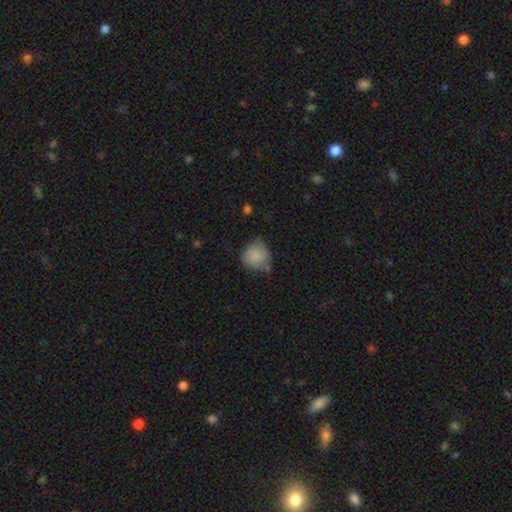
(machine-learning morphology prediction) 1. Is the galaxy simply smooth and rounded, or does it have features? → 82% smooth, 10% featured or disk, 8% star or artifact.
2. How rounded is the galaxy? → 83% round, 16% in between, 1% cigar-shaped.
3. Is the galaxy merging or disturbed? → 49% none, 36% minor disturbance, 9% major disturbance, 6% merger.